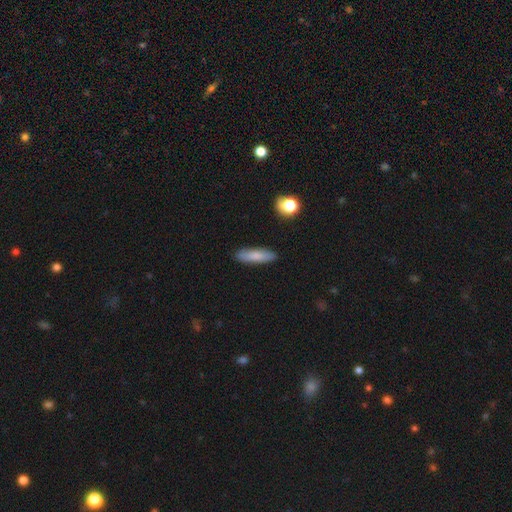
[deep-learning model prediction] smooth_or_featured: smooth (p=0.80) [alt: featured or disk p=0.13]
how_rounded: cigar-shaped (p=0.60) [alt: in between p=0.38]
merging: none (p=0.87) [alt: minor disturbance p=0.09]